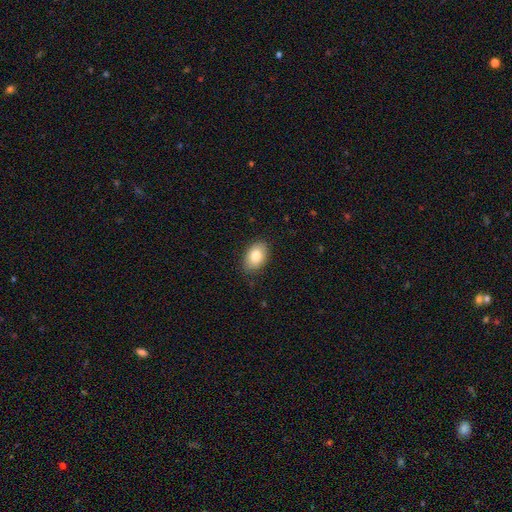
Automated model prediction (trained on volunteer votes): smooth-or-featured: smooth: 82% | featured or disk: 11% | star or artifact: 7%
  how-rounded: in between: 87% | round: 12% | cigar-shaped: 1%
  merging: none: 85% | minor disturbance: 12% | major disturbance: 2% | merger: 1%